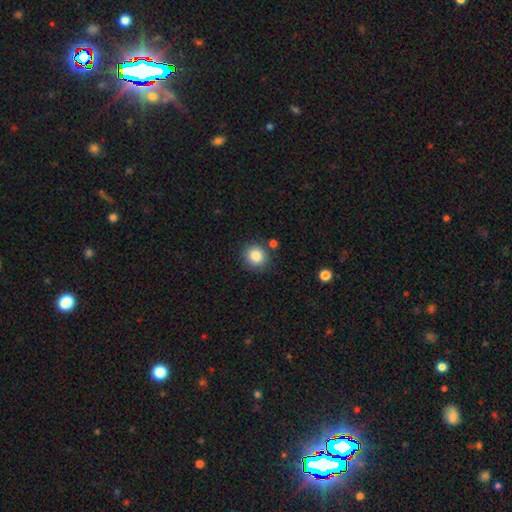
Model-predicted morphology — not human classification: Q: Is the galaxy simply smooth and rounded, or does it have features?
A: smooth — 86%.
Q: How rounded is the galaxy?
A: round — 89%.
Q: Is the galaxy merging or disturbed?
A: none — 84%.